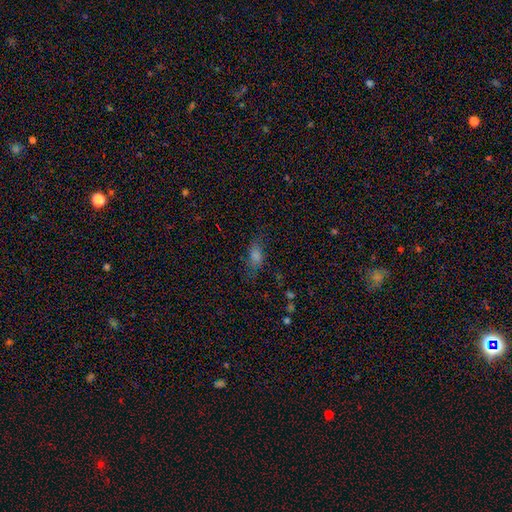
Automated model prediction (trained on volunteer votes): smooth_or_featured: smooth (p=0.56) [alt: star or artifact p=0.24]
how_rounded: in between (p=0.67) [alt: cigar-shaped p=0.24]
merging: none (p=0.71) [alt: minor disturbance p=0.18]